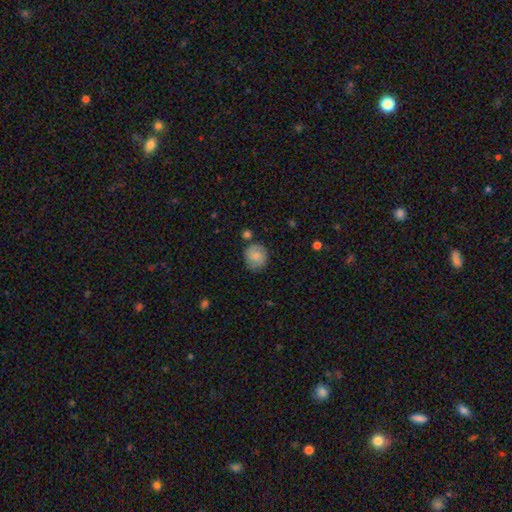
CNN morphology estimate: The model was most divided on "smooth or featured": smooth: 73%, featured or disk: 20%, star or artifact: 7%. More confident: how rounded — round (85%); merging — none (74%).